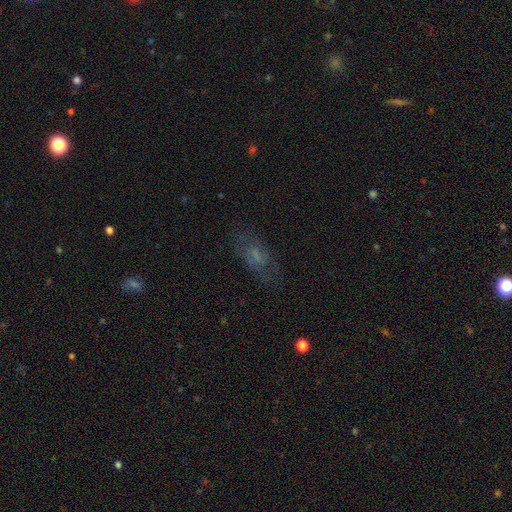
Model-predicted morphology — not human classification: smooth_or_featured: smooth (p=0.48) [alt: featured or disk p=0.36]
merging: none (p=0.68) [alt: minor disturbance p=0.18]